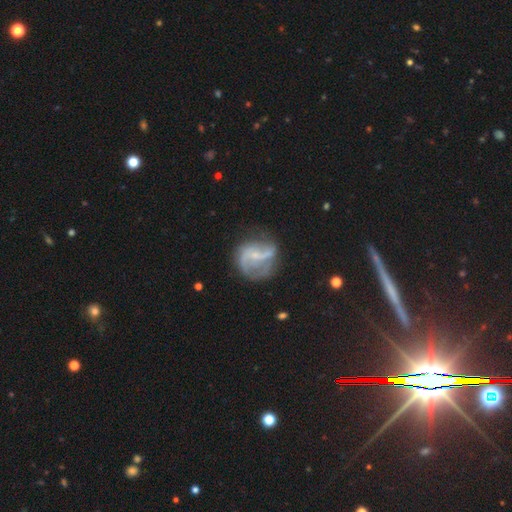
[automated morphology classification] smooth-or-featured: featured or disk: 74% | smooth: 18% | star or artifact: 9%
  disk-edge-on: no: 97% | yes: 3%
    bar: weak: 42% | no: 40% | strong: 18%
    has-spiral-arms: yes: 82% | no: 18%
      spiral-winding: loose: 52% | medium: 35% | tight: 12%
      spiral-arm-count: 2: 65% | can't tell: 15% | 1: 8% | 3: 8% | 4: 2% | more than 4: 2%
    bulge-size: small: 65% | none: 19% | moderate: 14% | large: 1% | dominant: 1%
  merging: none: 51% | minor disturbance: 23% | major disturbance: 22% | merger: 4%